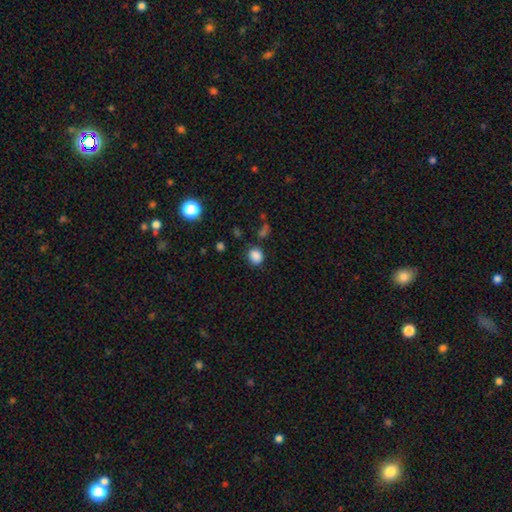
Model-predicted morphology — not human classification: smooth-or-featured: smooth: 85% | star or artifact: 12% | featured or disk: 4%
  how-rounded: round: 67% | in between: 32% | cigar-shaped: 1%
  merging: none: 76% | minor disturbance: 15% | major disturbance: 5% | merger: 5%